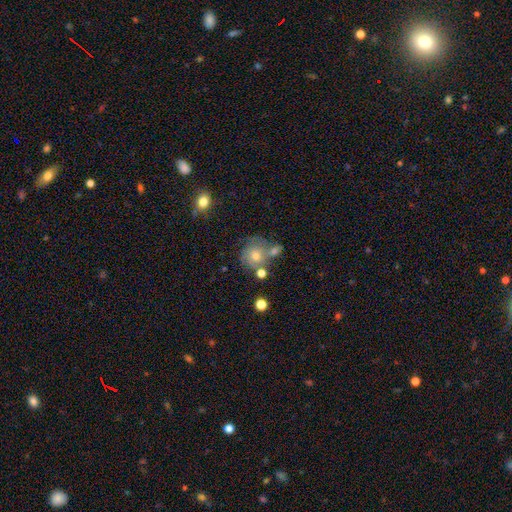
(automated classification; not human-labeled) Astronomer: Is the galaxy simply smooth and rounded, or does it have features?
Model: smooth — 55% (runner-up: featured or disk, 32%).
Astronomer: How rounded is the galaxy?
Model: round — 82%.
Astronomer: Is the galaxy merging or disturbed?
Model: none — 52%.